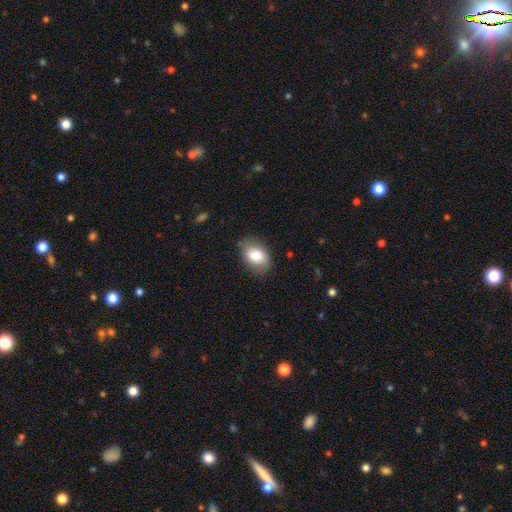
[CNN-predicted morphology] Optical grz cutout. It shows a smooth galaxy with no disk features (81%) that is in between round and cigar-shaped (80%). Merging: none (76%).